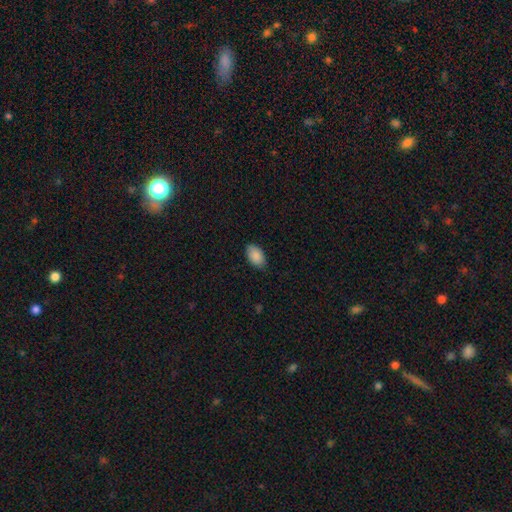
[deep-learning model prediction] A smooth galaxy with no disk features (89%) that is in between round and cigar-shaped (93%). Merging: none (82%).